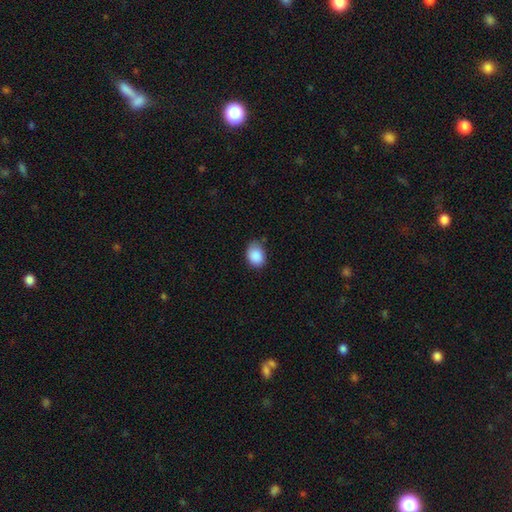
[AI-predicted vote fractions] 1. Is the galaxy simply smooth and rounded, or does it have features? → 89% smooth, 8% star or artifact, 3% featured or disk.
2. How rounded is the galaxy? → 64% in between, 35% round, 1% cigar-shaped.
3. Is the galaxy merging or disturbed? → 67% none, 27% minor disturbance, 5% major disturbance, 2% merger.